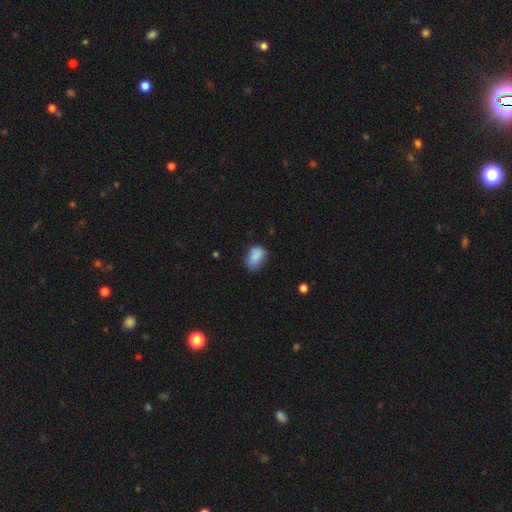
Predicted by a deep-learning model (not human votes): Morphology: type=smooth (85%); roundness=in between (81%); merging=none (56%).